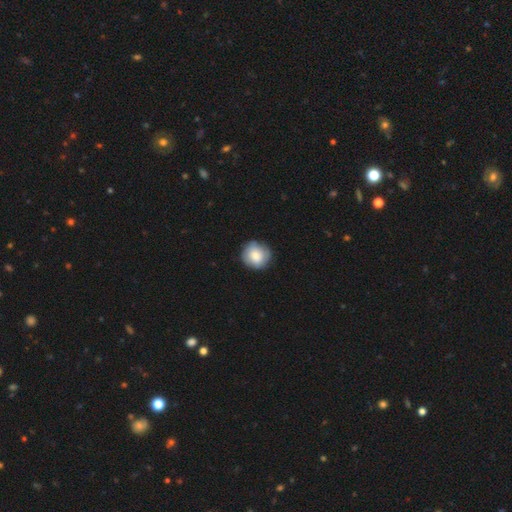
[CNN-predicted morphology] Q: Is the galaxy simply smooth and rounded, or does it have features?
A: smooth — 77%.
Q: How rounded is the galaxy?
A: round — 91%.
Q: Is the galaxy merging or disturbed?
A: none — 82%.